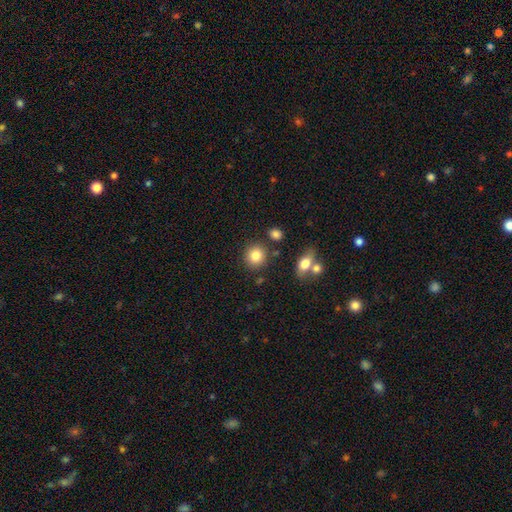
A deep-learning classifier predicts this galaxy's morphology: The model was most divided on "how rounded": round: 86%, in between: 13%, cigar-shaped: 1%. More confident: smooth or featured — smooth (84%); merging — none (82%).